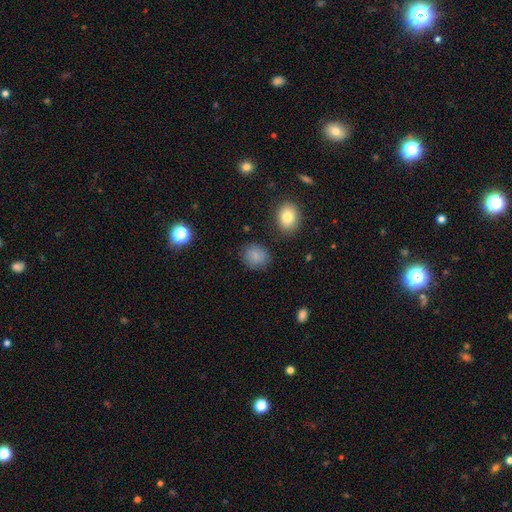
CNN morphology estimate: Q: Smooth or featured?
A: smooth (84%); runner-up: star or artifact (10%)
Q: How rounded?
A: round (66%); runner-up: in between (33%)
Q: Merging?
A: none (82%); runner-up: minor disturbance (13%)